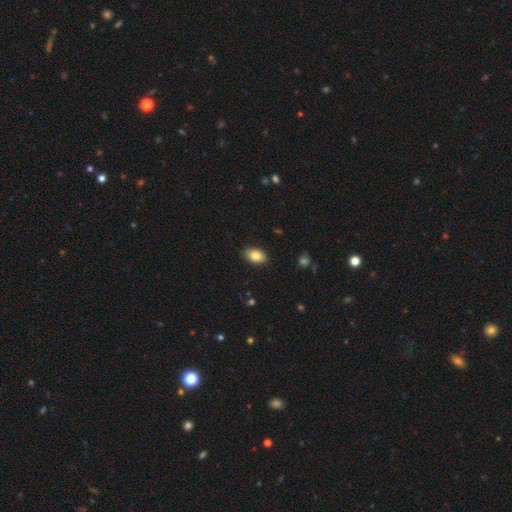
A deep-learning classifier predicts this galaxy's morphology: Overall: smooth (84%). How rounded: in between (91%). Merging: none (87%).